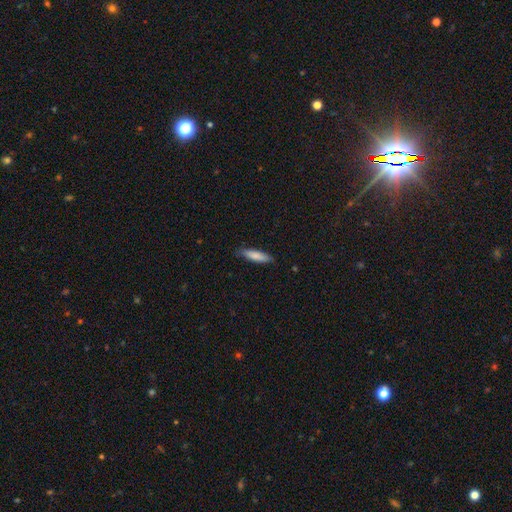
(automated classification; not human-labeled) This appears to be a smooth galaxy with no disk features (81%) that is cigar-shaped (73%). Merging: none (83%).